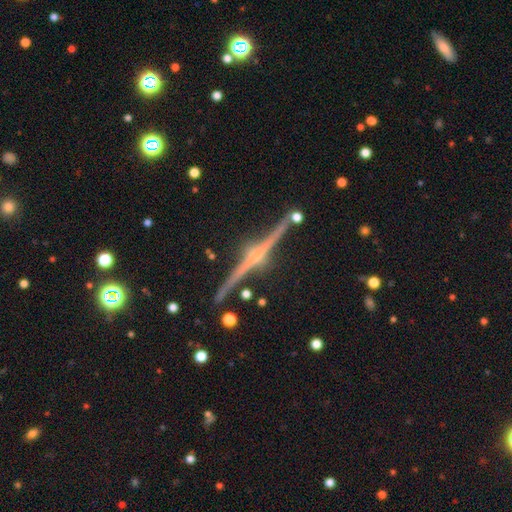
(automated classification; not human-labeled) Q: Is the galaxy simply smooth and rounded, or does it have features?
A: featured or disk — 90%.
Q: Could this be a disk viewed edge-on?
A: yes — 98%.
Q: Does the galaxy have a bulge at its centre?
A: rounded — 87%.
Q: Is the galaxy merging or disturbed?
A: none — 89%.